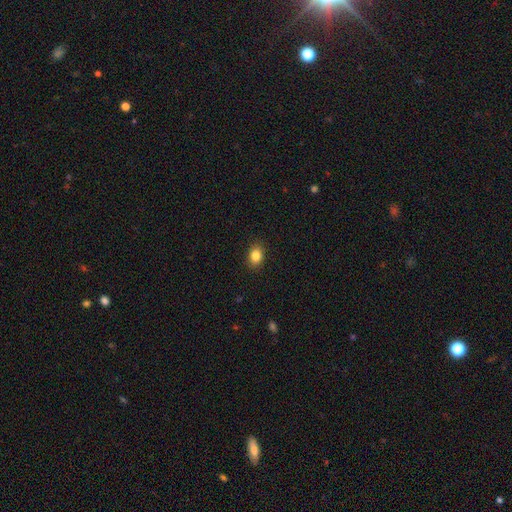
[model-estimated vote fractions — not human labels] Smooth or featured? smooth (85%)
How rounded? in between (64%)
Merging? none (88%)